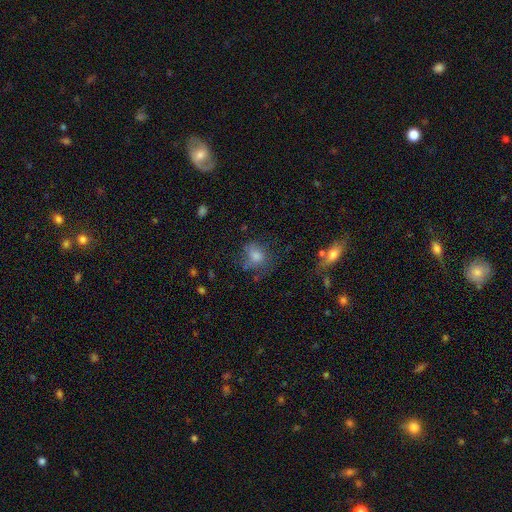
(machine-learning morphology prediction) smooth-or-featured: smooth: 62% | featured or disk: 21% | star or artifact: 17%
  how-rounded: round: 58% | in between: 40% | cigar-shaped: 2%
  merging: none: 57% | minor disturbance: 23% | major disturbance: 16% | merger: 4%